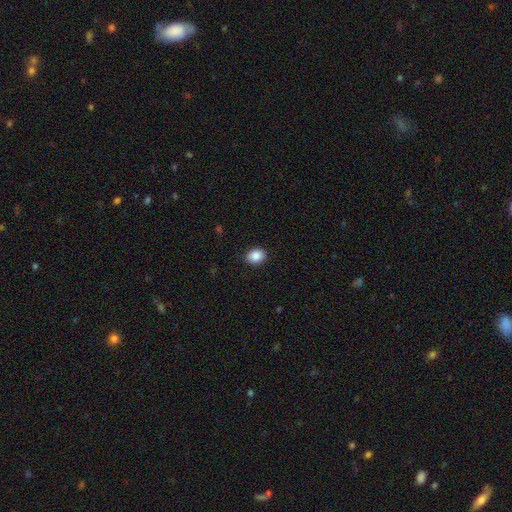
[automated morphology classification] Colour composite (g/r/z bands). It shows a smooth galaxy with no disk features (88%) that is in between round and cigar-shaped (55%). Merging: none (90%).